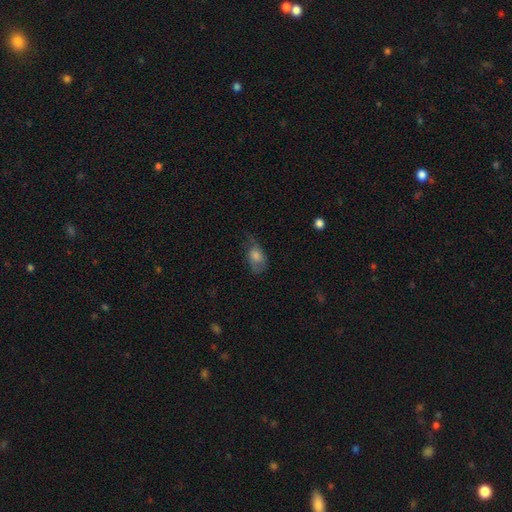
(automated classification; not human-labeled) Smooth or featured? smooth (67%)
How rounded? in between (83%)
Merging? none (43%)